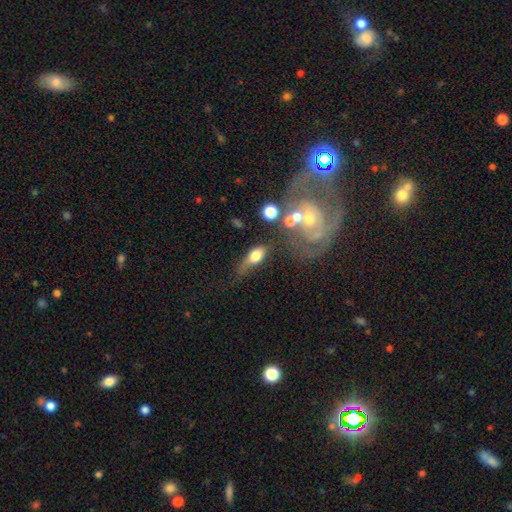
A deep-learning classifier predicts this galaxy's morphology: This is likely a smooth galaxy (62%). How rounded: likely in between (77%). Merging: marginally none (34%).